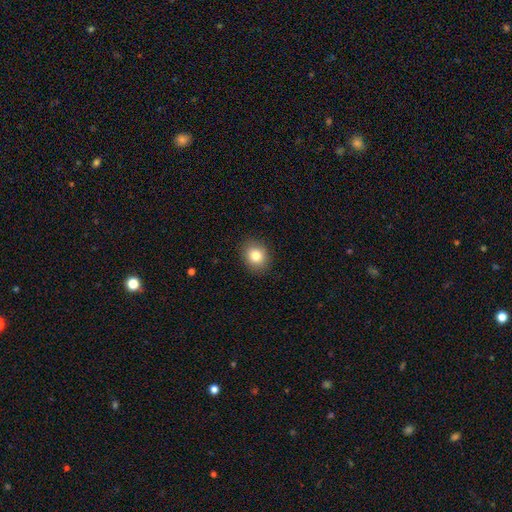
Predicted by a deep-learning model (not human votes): Q: Smooth or featured?
A: smooth (81%); runner-up: star or artifact (10%)
Q: How rounded?
A: round (64%); runner-up: in between (36%)
Q: Merging?
A: none (89%); runner-up: minor disturbance (7%)